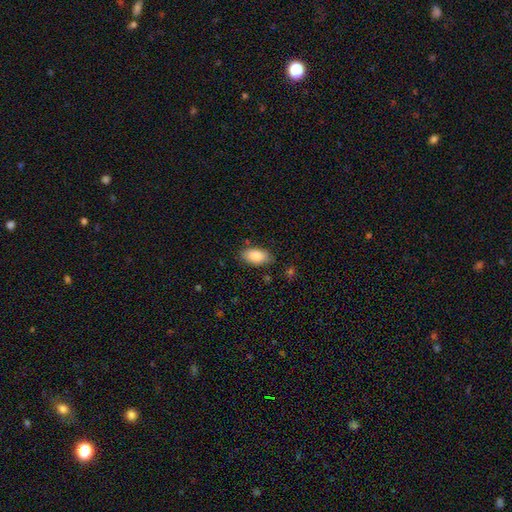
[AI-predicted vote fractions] Smooth or featured: smooth — 85% (featured or disk — 8%)
How rounded: in between — 94% (round — 3%)
Merging: none — 81% (minor disturbance — 14%)